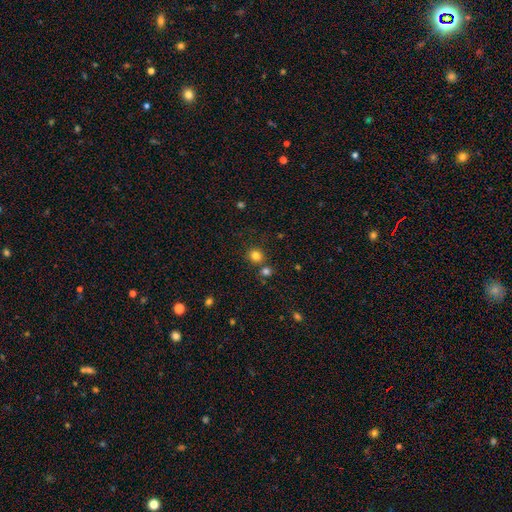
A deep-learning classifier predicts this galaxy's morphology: A smooth galaxy with no disk features (81%) that is round (85%).

Vote fractions:
- Smooth or featured? smooth: 81% / star or artifact: 14% / featured or disk: 5%
- How rounded? round: 85% / in between: 14% / cigar-shaped: 1%
- Merging? none: 76% / merger: 13% / minor disturbance: 8% / major disturbance: 3%